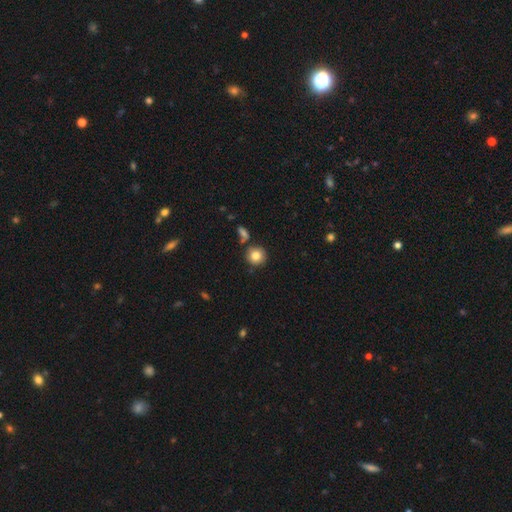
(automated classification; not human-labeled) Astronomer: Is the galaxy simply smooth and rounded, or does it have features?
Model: smooth — 83%.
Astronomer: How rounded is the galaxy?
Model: round — 90%.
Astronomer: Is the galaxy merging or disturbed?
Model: none — 78%.